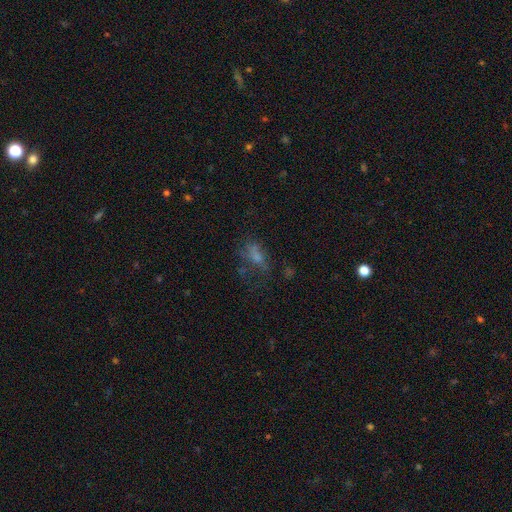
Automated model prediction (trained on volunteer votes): Smooth or featured: smooth — 54% (featured or disk — 28%)
How rounded: in between — 76% (round — 14%)
Merging: none — 39% (major disturbance — 32%)